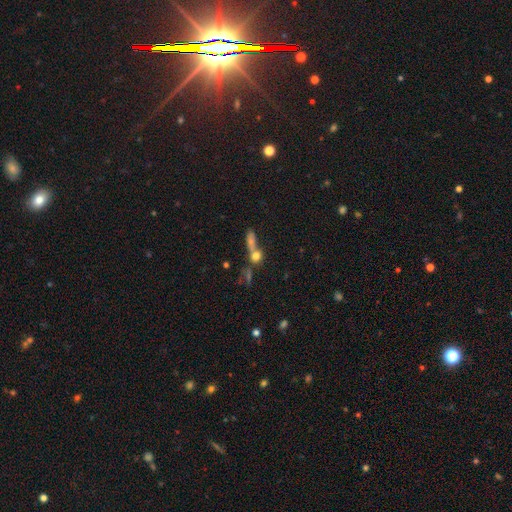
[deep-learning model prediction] A smooth galaxy with no disk features (65%) that is round (55%). Merging: merger (53%).